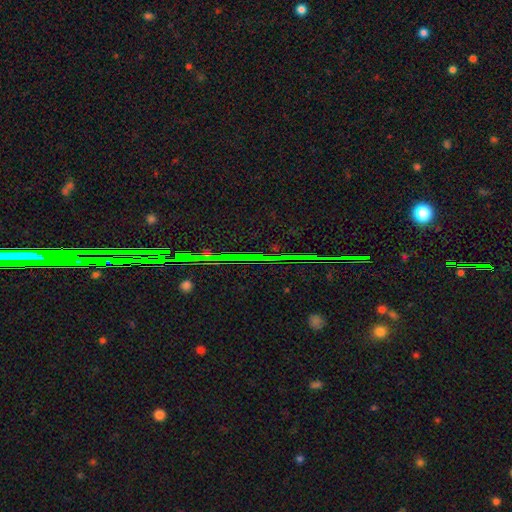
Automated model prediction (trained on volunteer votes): Smooth or featured: star or artifact — 82% (featured or disk — 10%)